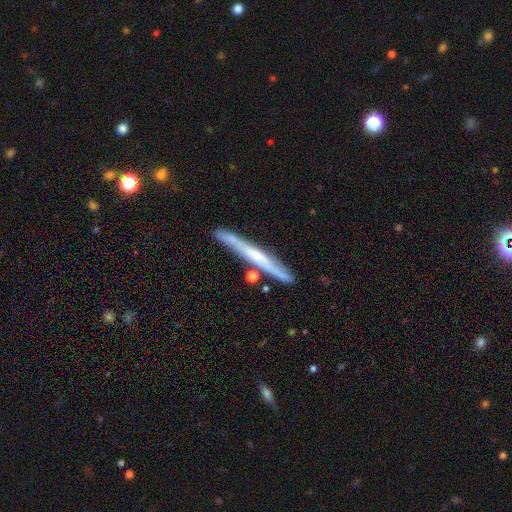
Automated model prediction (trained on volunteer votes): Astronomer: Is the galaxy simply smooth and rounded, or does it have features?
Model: featured or disk — 59% (runner-up: smooth, 34%).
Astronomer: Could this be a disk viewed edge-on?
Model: yes — 91%.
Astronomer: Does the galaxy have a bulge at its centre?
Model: none — 65%.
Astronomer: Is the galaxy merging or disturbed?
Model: none — 82%.